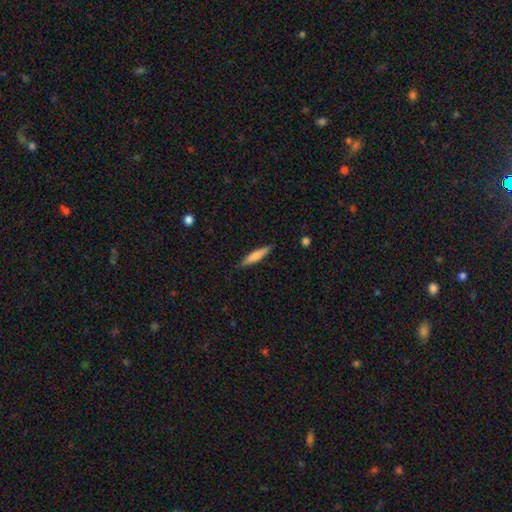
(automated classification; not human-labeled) smooth 68%, featured or disk 26%, star or artifact 6%. Down the decision tree: how rounded — cigar-shaped (88%); merging — none (87%).